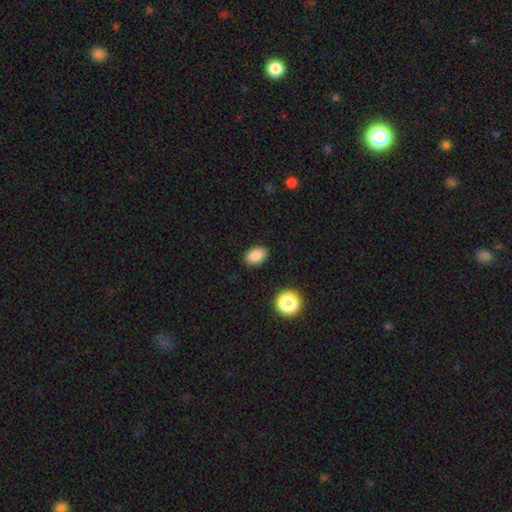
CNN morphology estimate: This is clearly a smooth galaxy (86%). How rounded: clearly in between (81%). Merging: clearly none (88%).